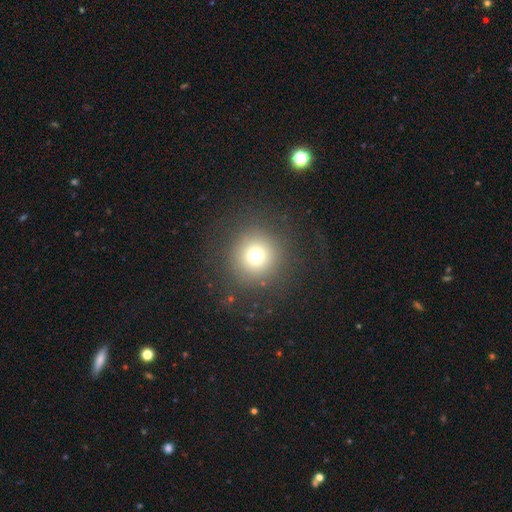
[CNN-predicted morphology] This is likely a smooth galaxy (71%). How rounded: clearly round (96%). Merging: clearly none (87%).